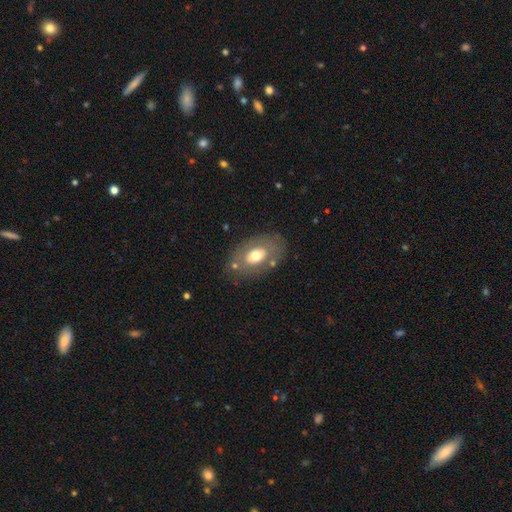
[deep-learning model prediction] Smooth or featured: smooth — 57% (featured or disk — 36%)
How rounded: in between — 87% (round — 11%)
Merging: none — 74% (minor disturbance — 14%)